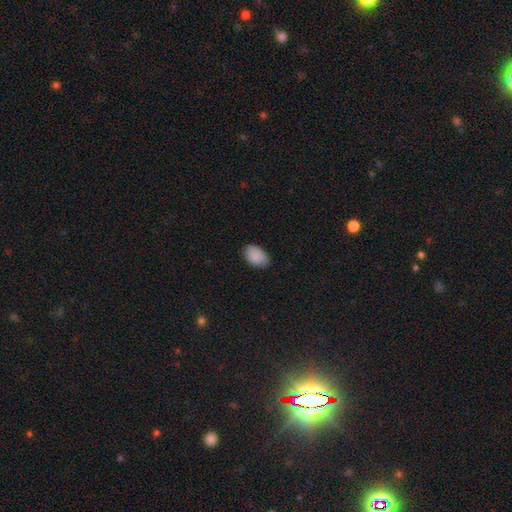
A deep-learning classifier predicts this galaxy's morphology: type=smooth (88%); roundness=in between (90%); merging=none (83%).